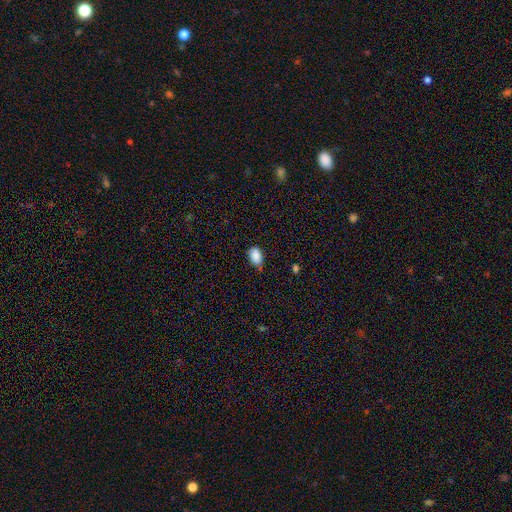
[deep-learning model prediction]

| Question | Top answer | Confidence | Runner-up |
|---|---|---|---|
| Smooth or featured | smooth | 88% | star or artifact (8%) |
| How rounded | in between | 88% | round (10%) |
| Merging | none | 55% | minor disturbance (38%) |